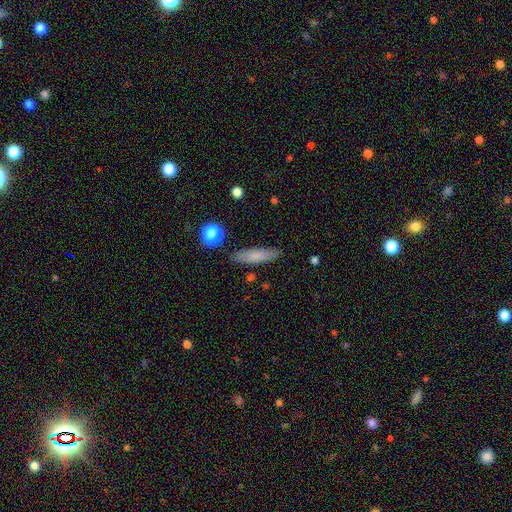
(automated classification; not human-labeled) The model was most divided on "how rounded": cigar-shaped: 76%, in between: 22%, round: 2%. More confident: merging — none (86%); smooth or featured — smooth (77%).